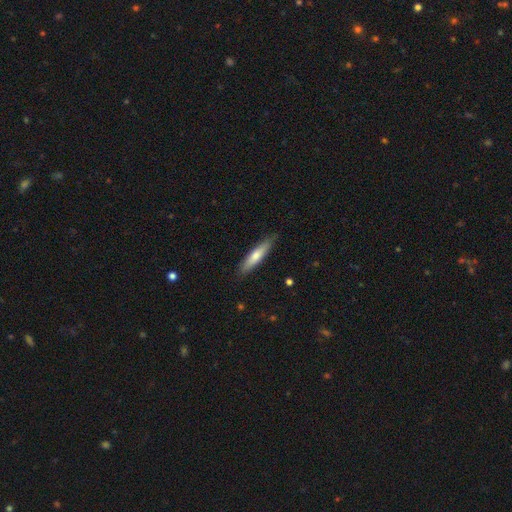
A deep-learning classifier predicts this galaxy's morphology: Smooth or featured? Predicted: smooth (p=0.65). How rounded? Predicted: cigar-shaped (p=0.82). Merging? Predicted: none (p=0.86).